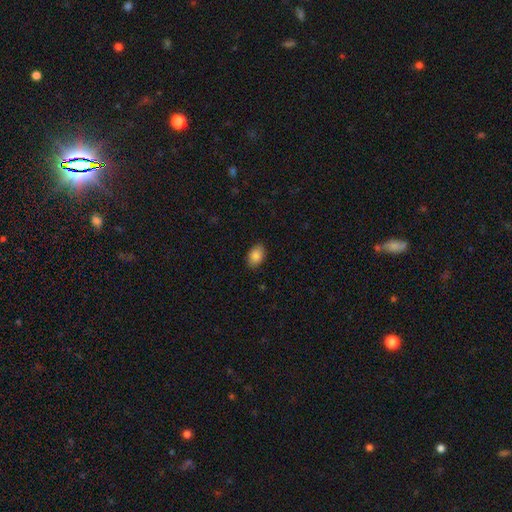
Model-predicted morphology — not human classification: Smooth or featured?
  - smooth: 88% *
  - star or artifact: 8%
  - featured or disk: 5%
How rounded?
  - in between: 85% *
  - round: 14%
  - cigar-shaped: 1%
Merging?
  - none: 87% *
  - minor disturbance: 10%
  - major disturbance: 2%
  - merger: 1%